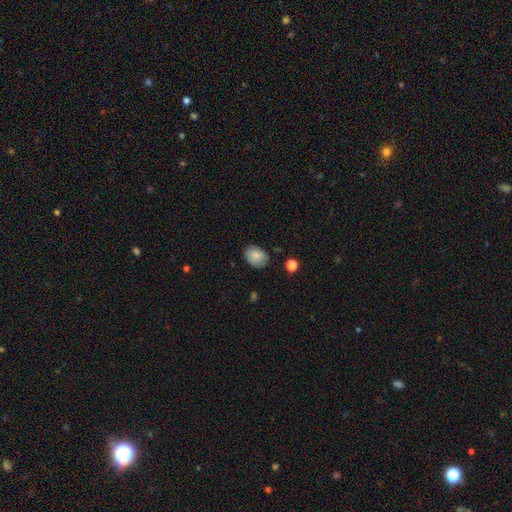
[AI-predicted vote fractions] Q: Smooth or featured?
A: smooth (83%); runner-up: featured or disk (9%)
Q: How rounded?
A: in between (71%); runner-up: round (28%)
Q: Merging?
A: none (79%); runner-up: minor disturbance (16%)